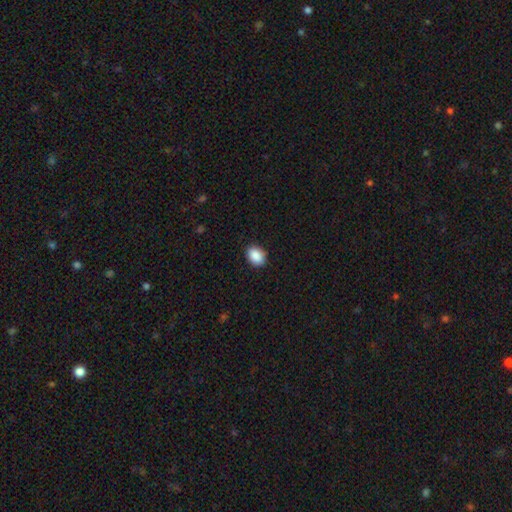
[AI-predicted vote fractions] smooth_or_featured: smooth (p=0.90) [alt: star or artifact p=0.07]
how_rounded: in between (p=0.75) [alt: round p=0.24]
merging: none (p=0.89) [alt: minor disturbance p=0.08]